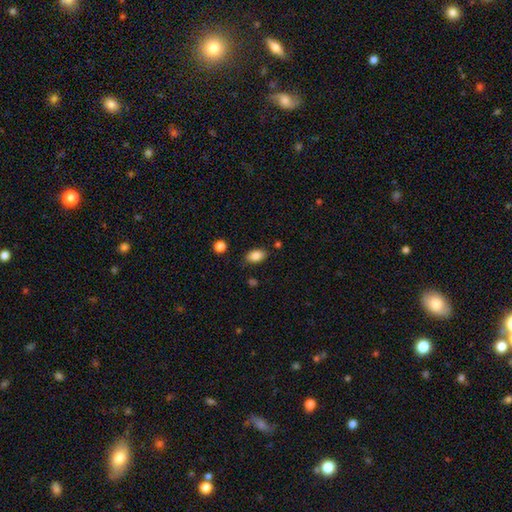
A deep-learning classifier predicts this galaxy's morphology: Smooth or featured? Predicted: smooth (p=0.87). How rounded? Predicted: in between (p=0.89). Merging? Predicted: none (p=0.81).